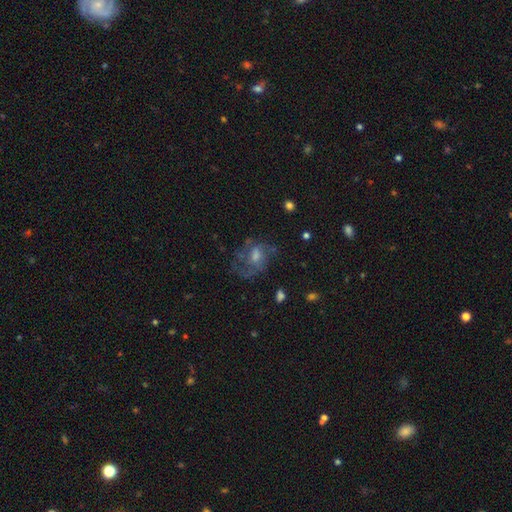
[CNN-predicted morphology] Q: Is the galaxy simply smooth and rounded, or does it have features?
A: featured or disk — 63%.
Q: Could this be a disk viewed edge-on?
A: no — 97%.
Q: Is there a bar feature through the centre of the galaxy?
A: no — 58%.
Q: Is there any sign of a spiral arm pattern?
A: yes — 76%.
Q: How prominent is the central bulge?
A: moderate — 52%.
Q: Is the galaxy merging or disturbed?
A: none — 54%.